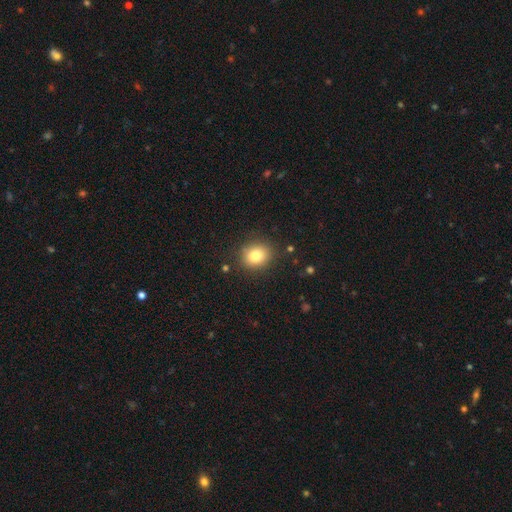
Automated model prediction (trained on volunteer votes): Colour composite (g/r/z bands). It shows a smooth galaxy with no disk features (81%) that is round (69%). Merging: none (86%).